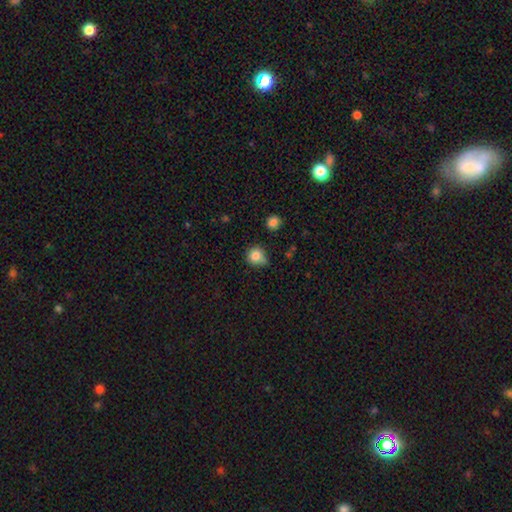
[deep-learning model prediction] Smooth or featured? smooth (82%)
How rounded? round (88%)
Merging? none (65%)